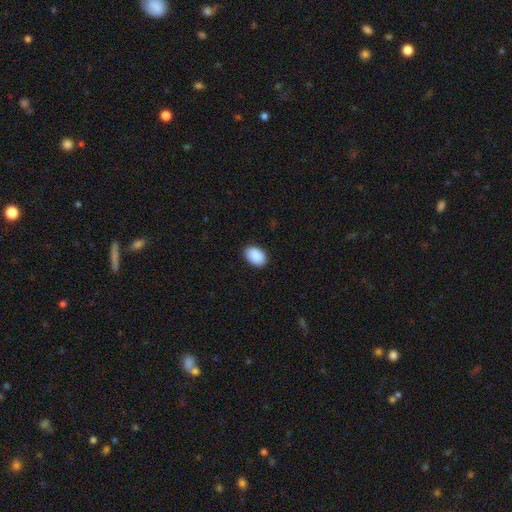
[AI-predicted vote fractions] Smooth or featured?
  - smooth: 91% *
  - star or artifact: 7%
  - featured or disk: 2%
How rounded?
  - in between: 87% *
  - round: 12%
  - cigar-shaped: 1%
Merging?
  - none: 89% *
  - minor disturbance: 8%
  - major disturbance: 2%
  - merger: 1%